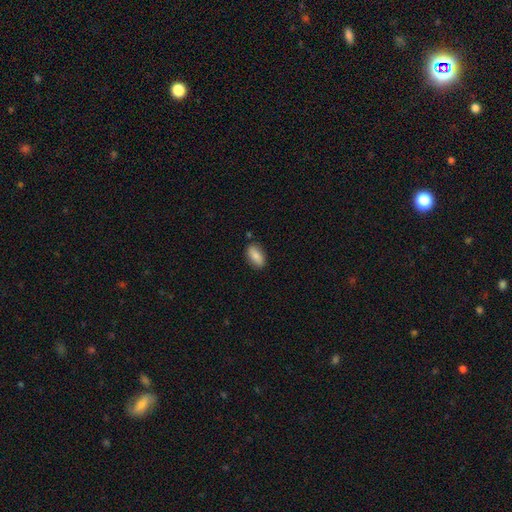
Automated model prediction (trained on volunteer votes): smooth_or_featured: smooth (p=0.82) [alt: featured or disk p=0.11]
how_rounded: in between (p=0.88) [alt: cigar-shaped p=0.08]
merging: none (p=0.85) [alt: minor disturbance p=0.11]